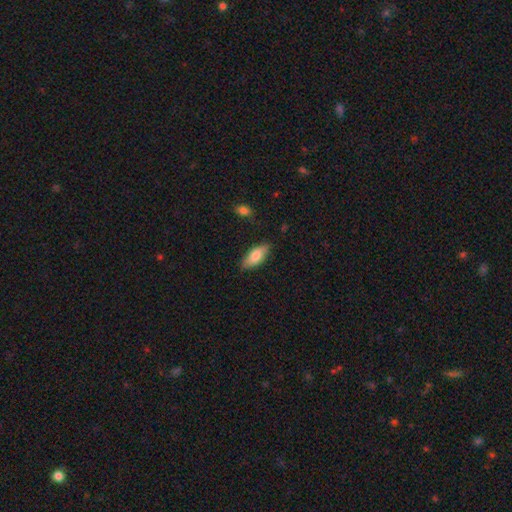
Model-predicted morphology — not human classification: Smooth or featured: smooth — 78% (featured or disk — 16%)
How rounded: in between — 82% (cigar-shaped — 15%)
Merging: none — 79% (minor disturbance — 16%)